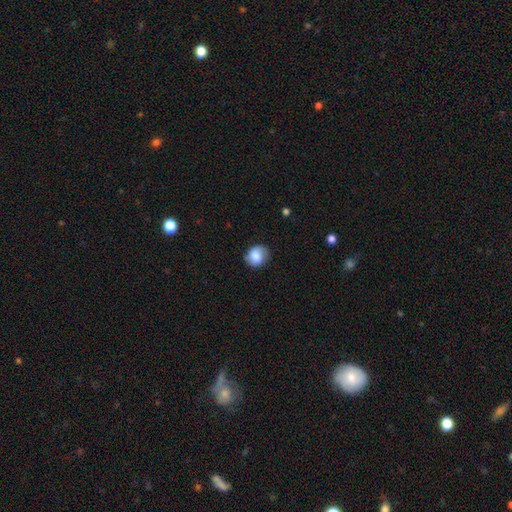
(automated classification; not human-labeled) Smooth or featured? Predicted: smooth (p=0.76). How rounded? Predicted: round (p=0.75). Merging? Predicted: none (p=0.77).